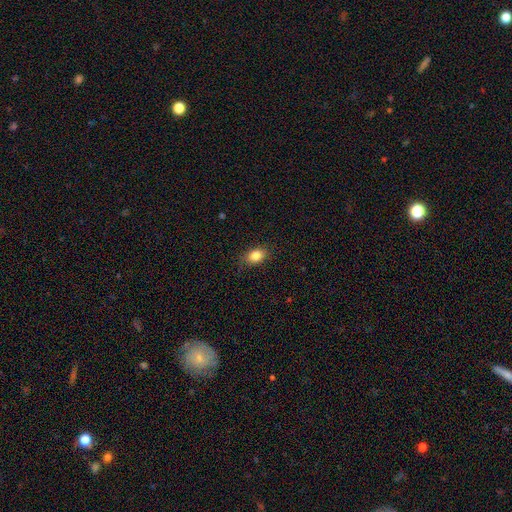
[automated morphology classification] This appears to be a smooth galaxy with no disk features (84%) that is in between round and cigar-shaped (78%). Merging: none (79%).